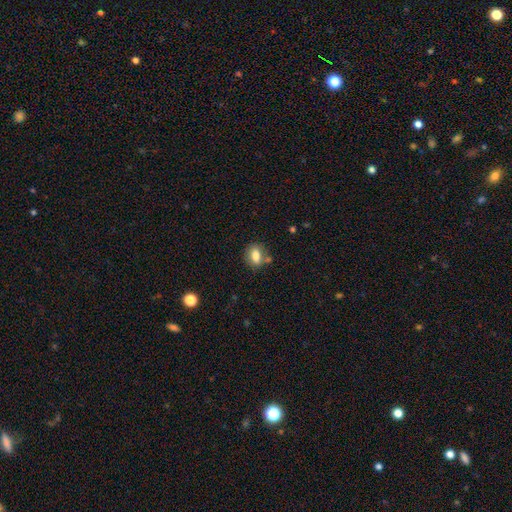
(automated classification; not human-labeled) A smooth galaxy with no disk features (79%) that is in between round and cigar-shaped (69%).

Vote fractions:
- Smooth or featured? smooth: 79% / featured or disk: 13% / star or artifact: 9%
- How rounded? in between: 69% / round: 29% / cigar-shaped: 3%
- Merging? none: 69% / minor disturbance: 16% / merger: 11% / major disturbance: 4%